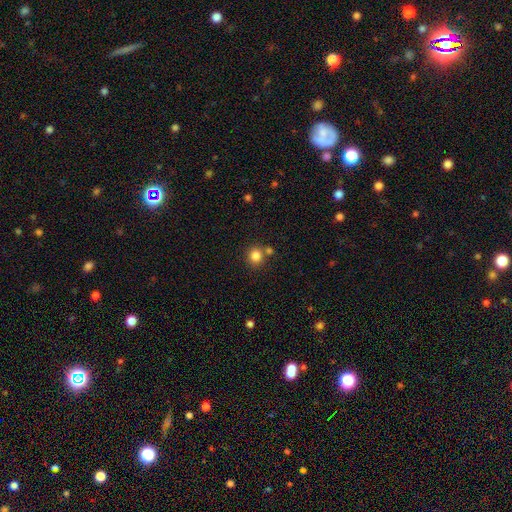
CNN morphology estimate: Smooth or featured? Predicted: smooth (p=0.83). How rounded? Predicted: round (p=0.90). Merging? Predicted: none (p=0.74).